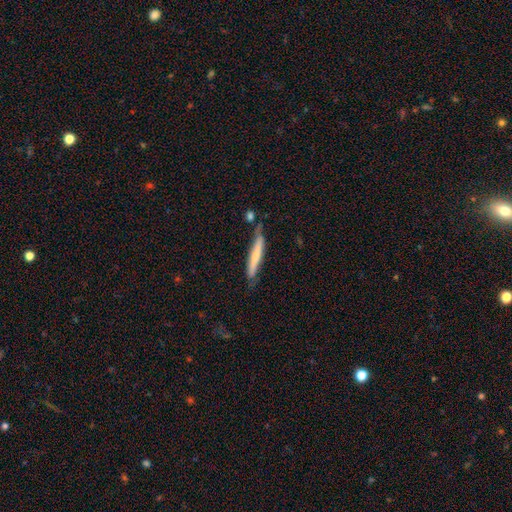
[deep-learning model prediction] Q: Smooth or featured?
A: smooth (53%); runner-up: featured or disk (42%)
Q: How rounded?
A: cigar-shaped (94%); runner-up: in between (5%)
Q: Merging?
A: none (63%); runner-up: minor disturbance (24%)